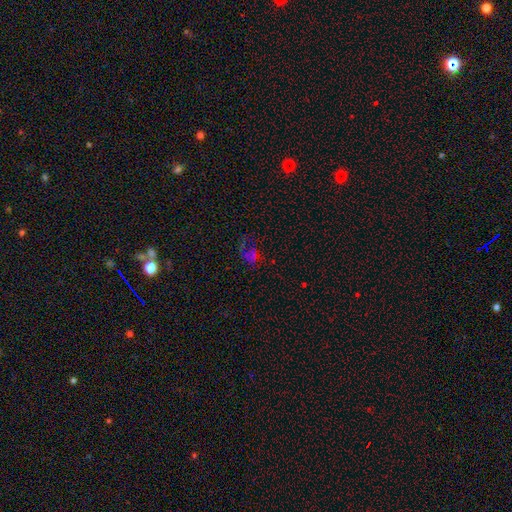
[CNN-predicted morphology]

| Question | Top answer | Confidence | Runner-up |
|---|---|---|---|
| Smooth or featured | star or artifact | 37% | smooth (35%) |